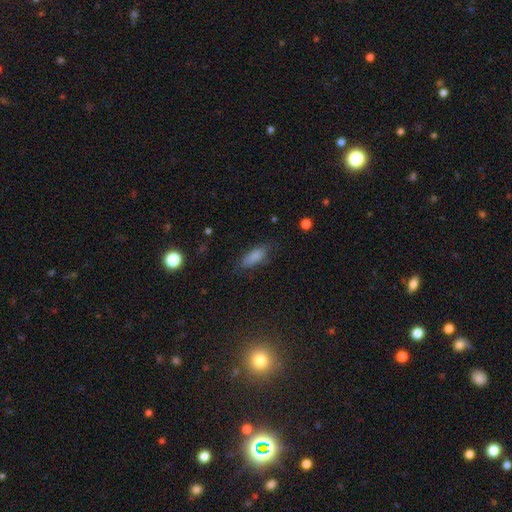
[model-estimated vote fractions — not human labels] This appears to be a smooth galaxy with no disk features (78%) that is in between round and cigar-shaped (68%). Merging: none (75%).